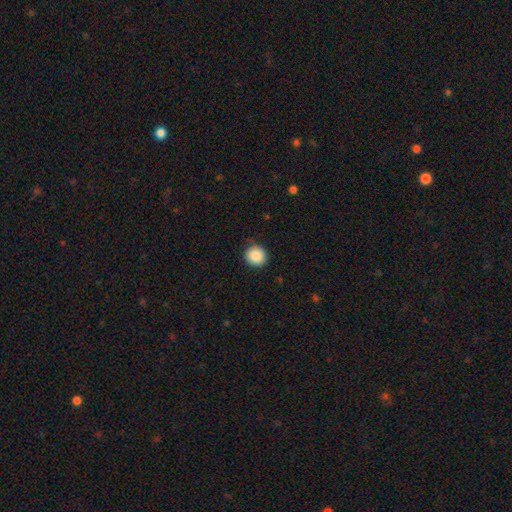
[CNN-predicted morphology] smooth 87%, star or artifact 8%, featured or disk 5%. Down the decision tree: how rounded — round (89%); merging — none (84%).